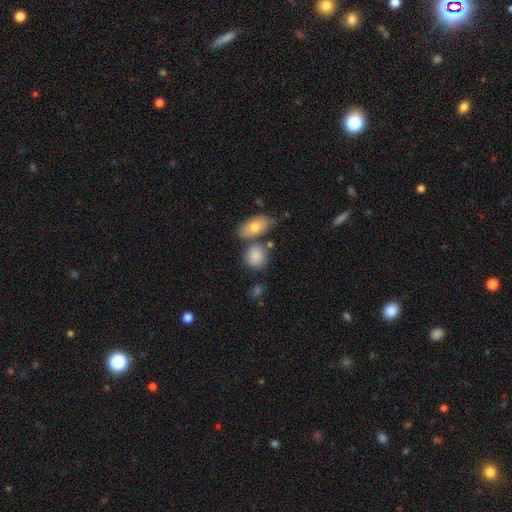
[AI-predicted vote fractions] smooth_or_featured: smooth (p=0.84) [alt: featured or disk p=0.09]
how_rounded: round (p=0.65) [alt: in between p=0.33]
merging: none (p=0.61) [alt: merger p=0.20]